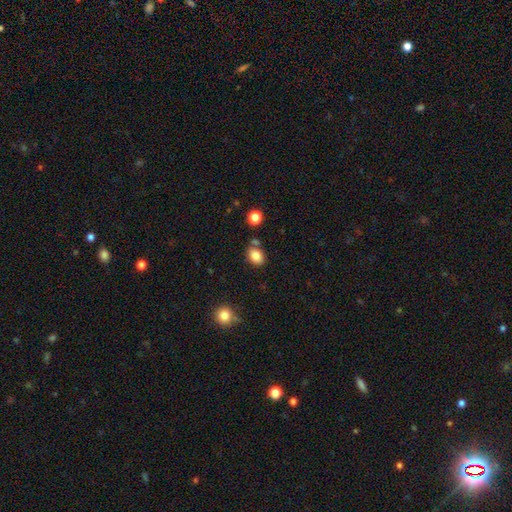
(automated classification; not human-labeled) The model was most divided on "how rounded": in between: 66%, round: 33%, cigar-shaped: 1%. More confident: smooth or featured — smooth (84%); merging — none (72%).